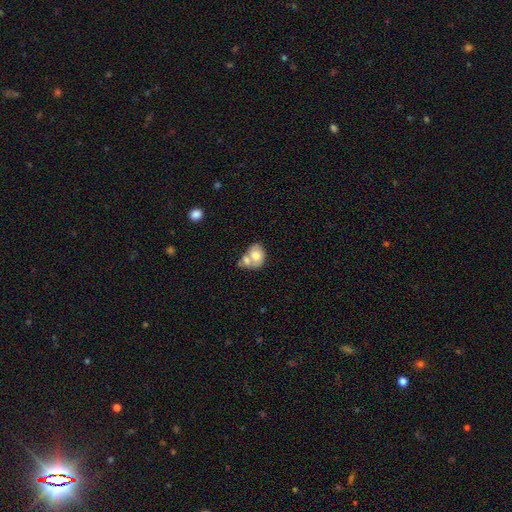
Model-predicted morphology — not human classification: smooth-or-featured: smooth: 67% | featured or disk: 25% | star or artifact: 7%
  how-rounded: in between: 60% | round: 39% | cigar-shaped: 1%
  merging: merger: 62% | none: 21% | minor disturbance: 11% | major disturbance: 6%